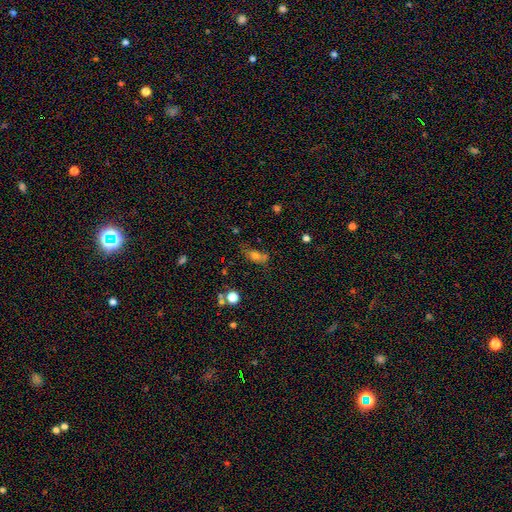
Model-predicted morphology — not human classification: Smooth or featured: smooth — 66% (star or artifact — 18%)
How rounded: in between — 68% (round — 18%)
Merging: none — 48% (minor disturbance — 22%)